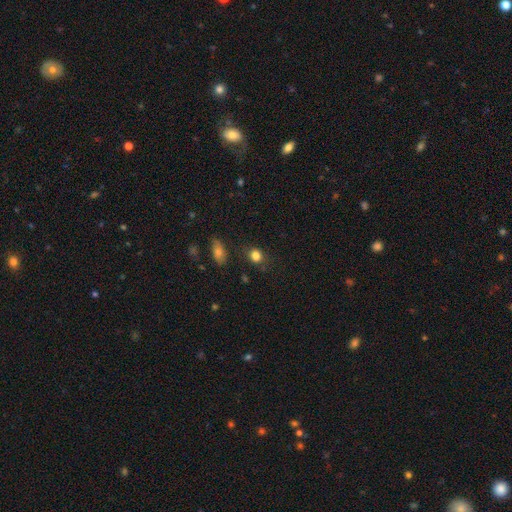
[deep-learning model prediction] Smooth or featured: smooth — 83% (star or artifact — 12%)
How rounded: round — 63% (in between — 35%)
Merging: none — 78% (minor disturbance — 15%)